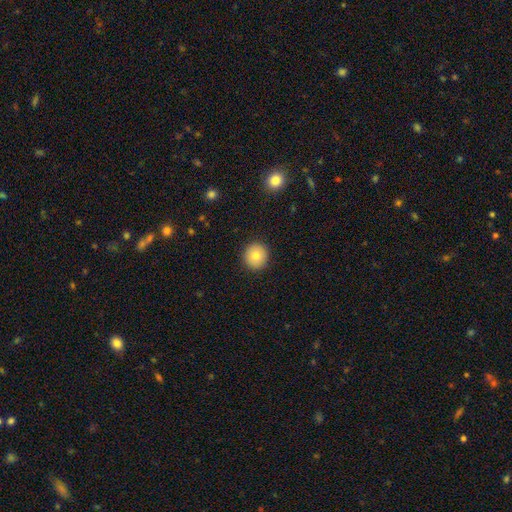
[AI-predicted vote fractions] Smooth or featured? smooth (80%)
How rounded? round (92%)
Merging? none (92%)